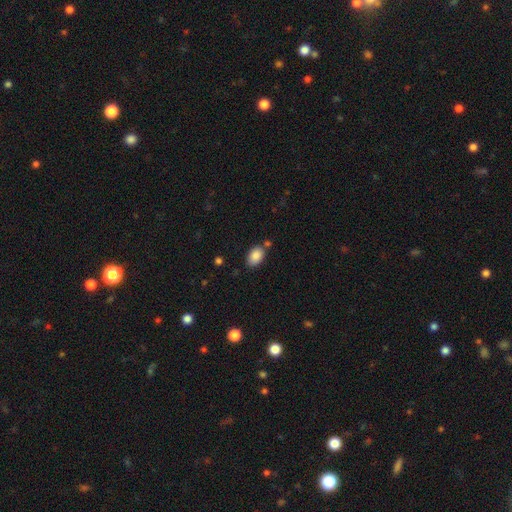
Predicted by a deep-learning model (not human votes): Smooth or featured? Predicted: smooth (p=0.87). How rounded? Predicted: in between (p=0.89). Merging? Predicted: none (p=0.74).